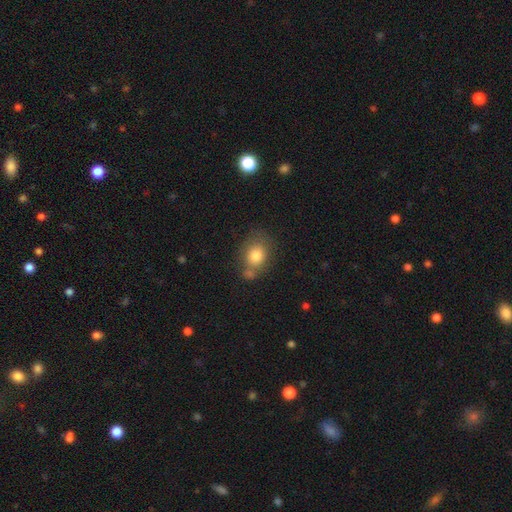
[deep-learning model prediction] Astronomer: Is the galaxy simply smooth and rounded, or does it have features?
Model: smooth — 79%.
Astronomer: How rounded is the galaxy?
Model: round — 50% (runner-up: in between, 49%).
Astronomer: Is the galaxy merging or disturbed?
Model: none — 55%.